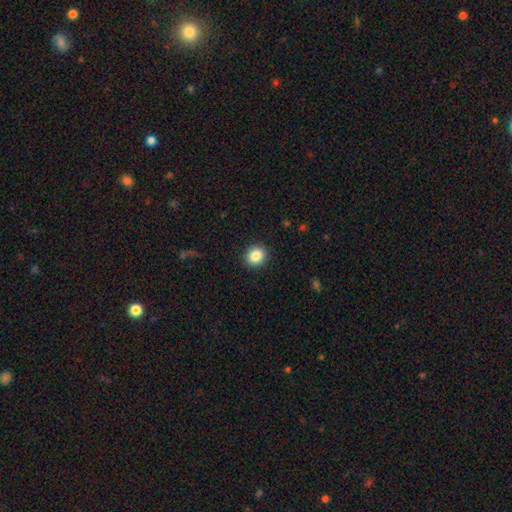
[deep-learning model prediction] A smooth galaxy with no disk features (86%) that is round (76%). Merging: none (91%).